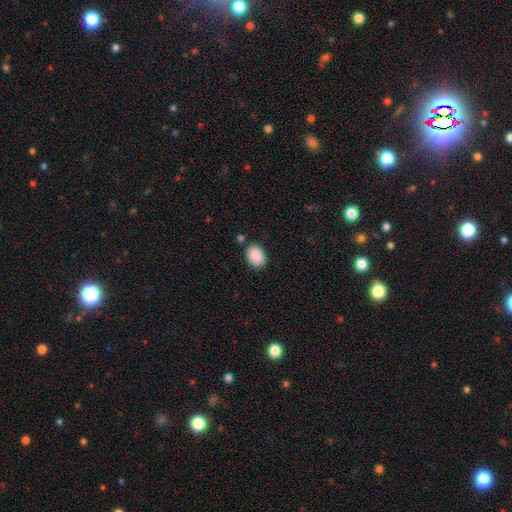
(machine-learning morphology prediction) Overall: smooth (90%). How rounded: in between (78%). Merging: none (82%).